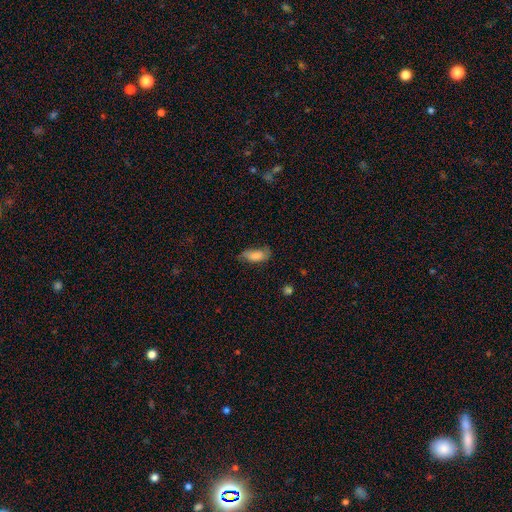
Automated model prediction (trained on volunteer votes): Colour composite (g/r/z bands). It shows a smooth galaxy with no disk features (79%) that is in between round and cigar-shaped (84%). Merging: none (51%).